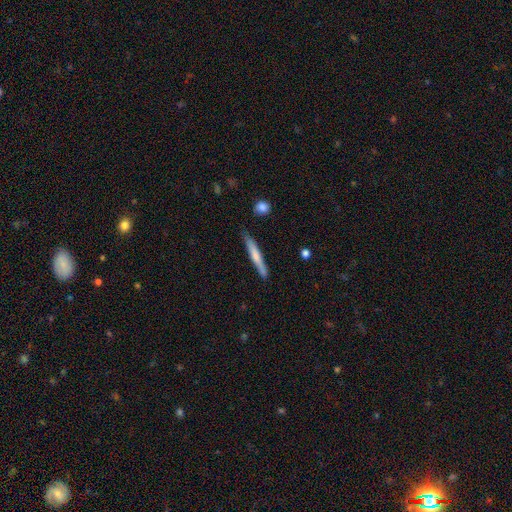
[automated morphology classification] smooth-or-featured: smooth: 61% | featured or disk: 34% | star or artifact: 5%
  how-rounded: cigar-shaped: 95% | in between: 4% | round: 1%
  merging: none: 81% | minor disturbance: 15% | major disturbance: 2% | merger: 2%